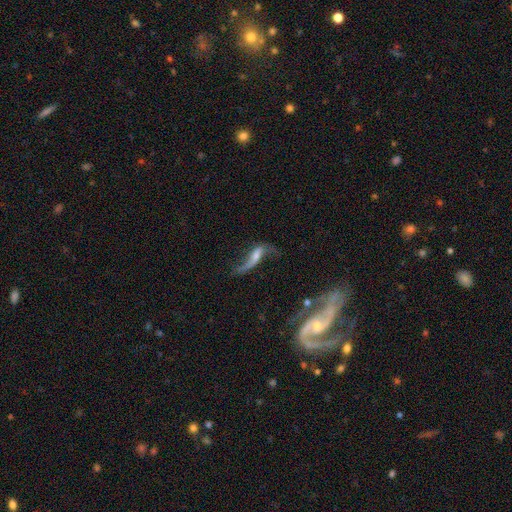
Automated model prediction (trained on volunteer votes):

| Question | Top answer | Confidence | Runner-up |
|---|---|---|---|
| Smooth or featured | featured or disk | 79% | smooth (12%) |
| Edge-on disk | no | 86% | yes (14%) |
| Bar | weak | 41% | no (38%) |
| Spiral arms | yes | 91% | no (9%) |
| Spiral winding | loose | 85% | medium (11%) |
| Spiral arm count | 2 | 86% | 1 (7%) |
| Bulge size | small | 46% | moderate (34%) |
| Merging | none | 42% | major disturbance (25%) |